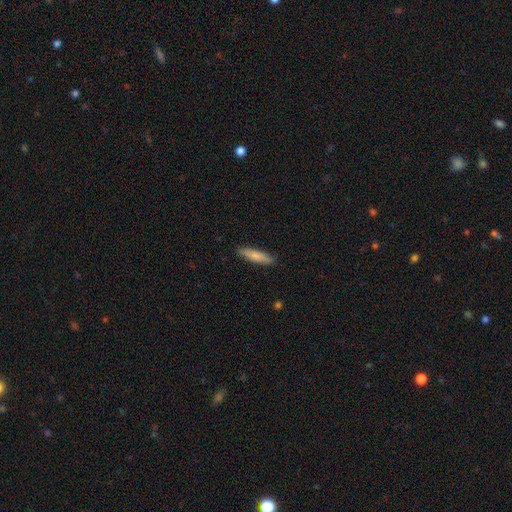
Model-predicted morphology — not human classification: smooth_or_featured: smooth (p=0.81) [alt: featured or disk p=0.13]
how_rounded: cigar-shaped (p=0.78) [alt: in between p=0.20]
merging: none (p=0.87) [alt: minor disturbance p=0.10]